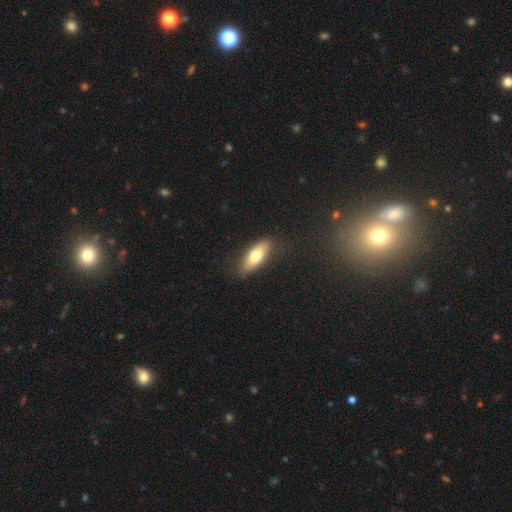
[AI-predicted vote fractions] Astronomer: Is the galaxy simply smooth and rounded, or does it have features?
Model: smooth — 71%.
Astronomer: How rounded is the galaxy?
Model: in between — 70%.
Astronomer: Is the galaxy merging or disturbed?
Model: none — 82%.